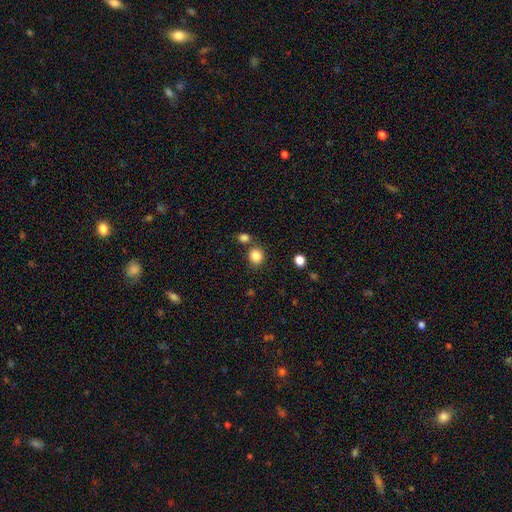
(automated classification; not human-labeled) The model was most divided on "merging": none: 73%, merger: 14%, minor disturbance: 9%, major disturbance: 3%. More confident: smooth or featured — smooth (85%); how rounded — round (80%).